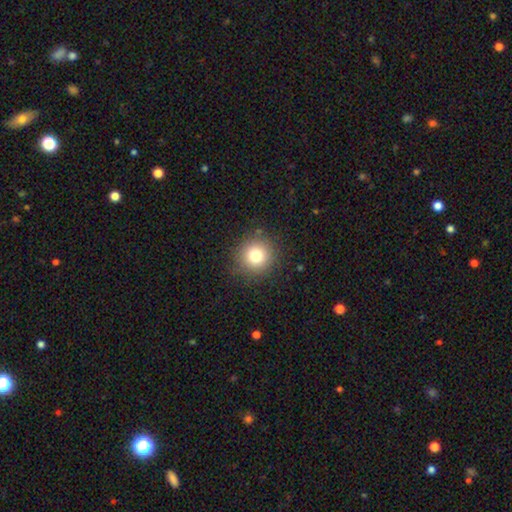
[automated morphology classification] smooth 79%, star or artifact 13%, featured or disk 9%. Down the decision tree: how rounded — round (94%); merging — none (89%).